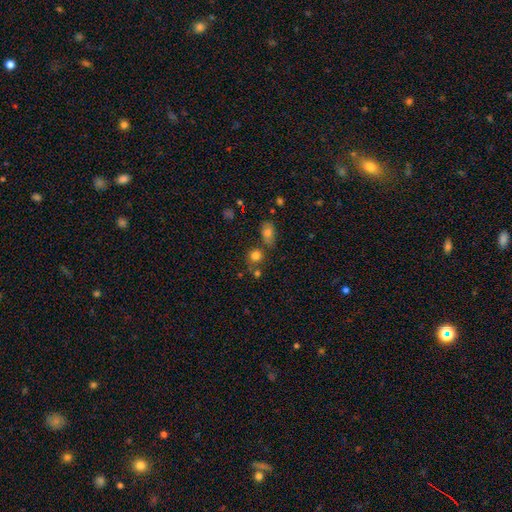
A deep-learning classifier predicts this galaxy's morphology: A smooth galaxy with no disk features (78%) that is round (83%).

Vote fractions:
- Smooth or featured? smooth: 78% / star or artifact: 14% / featured or disk: 8%
- How rounded? round: 83% / in between: 16% / cigar-shaped: 1%
- Merging? none: 62% / merger: 21% / minor disturbance: 12% / major disturbance: 5%